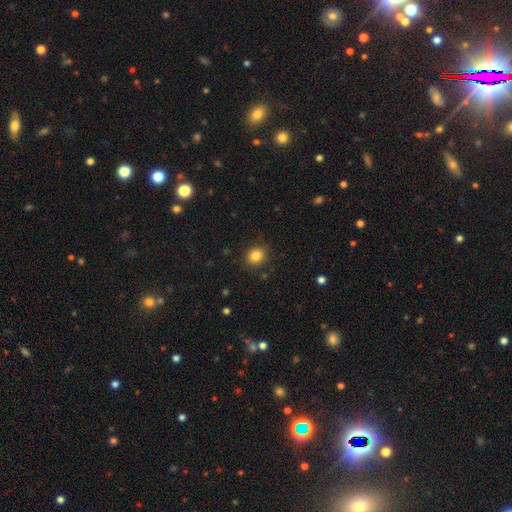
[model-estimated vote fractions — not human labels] Smooth or featured: smooth — 83% (star or artifact — 11%)
How rounded: round — 72% (in between — 27%)
Merging: none — 88% (minor disturbance — 9%)